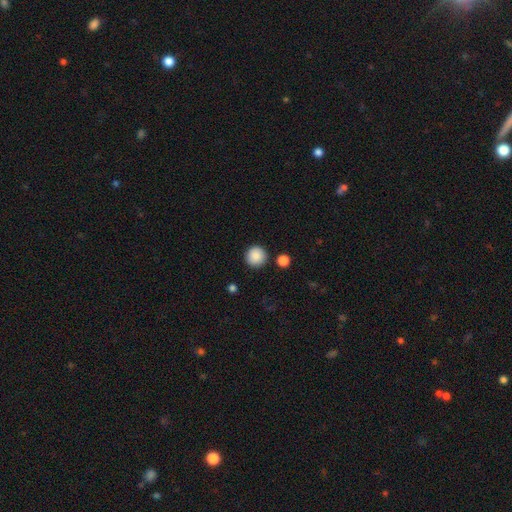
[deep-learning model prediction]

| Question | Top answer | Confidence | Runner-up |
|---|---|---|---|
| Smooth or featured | smooth | 88% | star or artifact (8%) |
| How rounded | round | 95% | in between (4%) |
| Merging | none | 89% | minor disturbance (6%) |